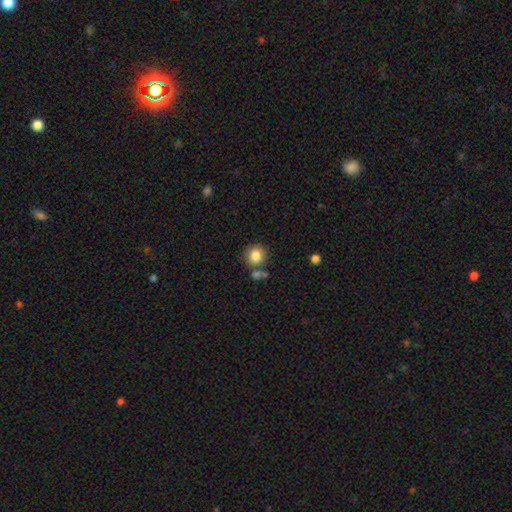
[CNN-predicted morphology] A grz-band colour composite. It shows a smooth galaxy with no disk features (84%) that is round (86%). Merging: none (70%).